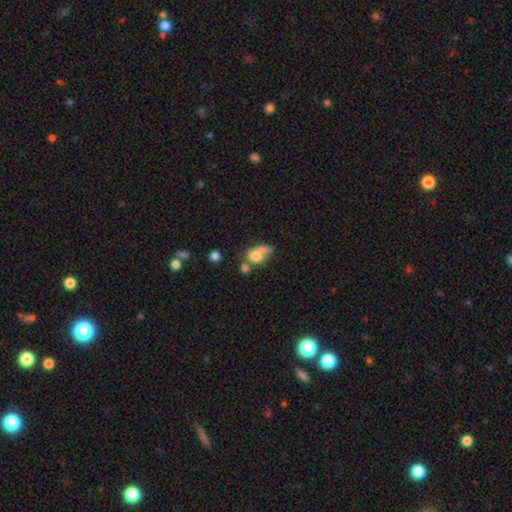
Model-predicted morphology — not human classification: A smooth galaxy with no disk features (68%) that is in between round and cigar-shaped (52%).

Vote fractions:
- Smooth or featured? smooth: 68% / featured or disk: 21% / star or artifact: 11%
- How rounded? in between: 52% / round: 45% / cigar-shaped: 3%
- Merging? merger: 46% / none: 25% / major disturbance: 16% / minor disturbance: 13%